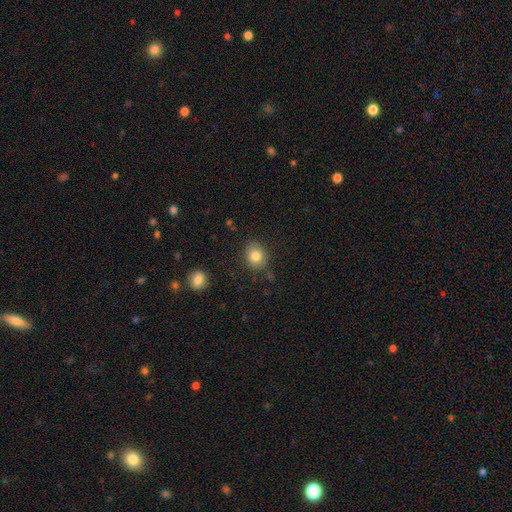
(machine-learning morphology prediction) This is clearly a smooth galaxy (82%). How rounded: likely round (67%). Merging: clearly none (82%).